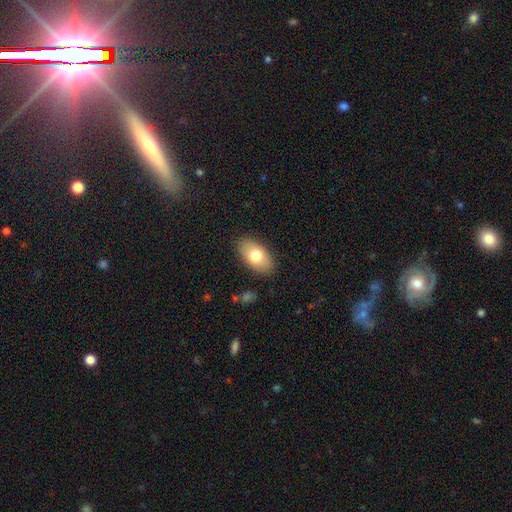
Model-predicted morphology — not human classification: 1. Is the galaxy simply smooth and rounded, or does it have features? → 75% smooth, 19% featured or disk, 7% star or artifact.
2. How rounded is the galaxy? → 93% in between, 5% round, 2% cigar-shaped.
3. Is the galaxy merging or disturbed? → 86% none, 10% minor disturbance, 3% major disturbance, 1% merger.